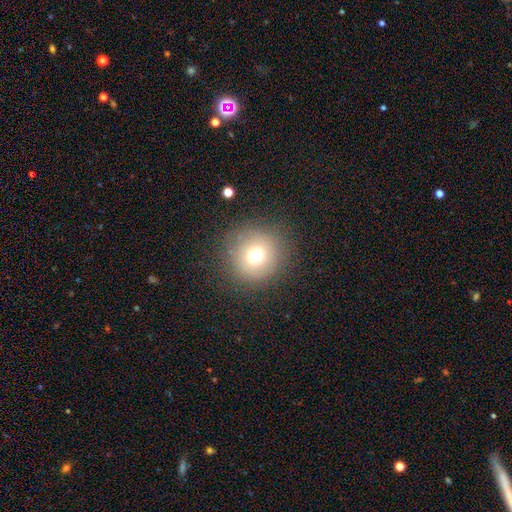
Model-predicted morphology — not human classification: type=smooth (71%); roundness=round (94%); merging=none (86%).